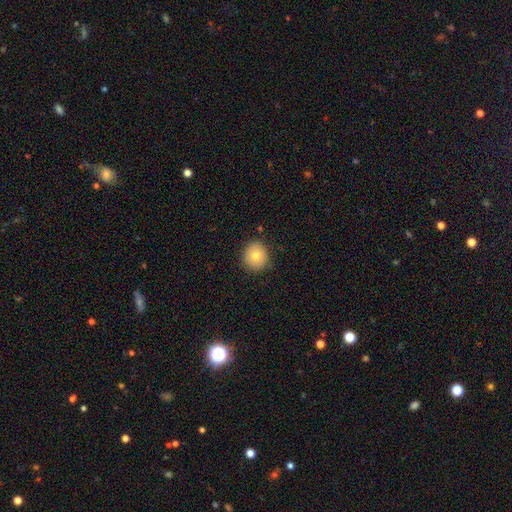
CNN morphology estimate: Q: Smooth or featured?
A: smooth (77%); runner-up: featured or disk (13%)
Q: How rounded?
A: round (82%); runner-up: in between (17%)
Q: Merging?
A: none (86%); runner-up: minor disturbance (10%)